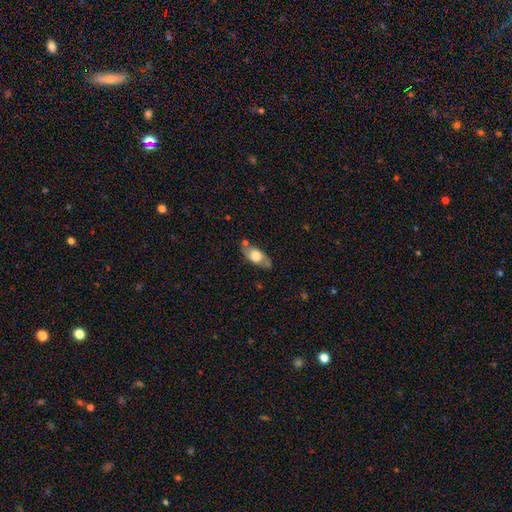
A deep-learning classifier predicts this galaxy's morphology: Q: Smooth or featured?
A: smooth (55%); runner-up: featured or disk (39%)
Q: How rounded?
A: in between (82%); runner-up: cigar-shaped (13%)
Q: Merging?
A: none (71%); runner-up: minor disturbance (19%)